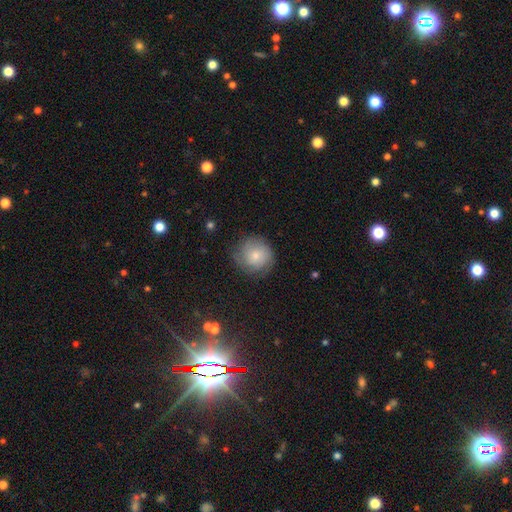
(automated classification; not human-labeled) smooth 60%, featured or disk 32%, star or artifact 8%. Down the decision tree: how rounded — round (91%); merging — none (72%).